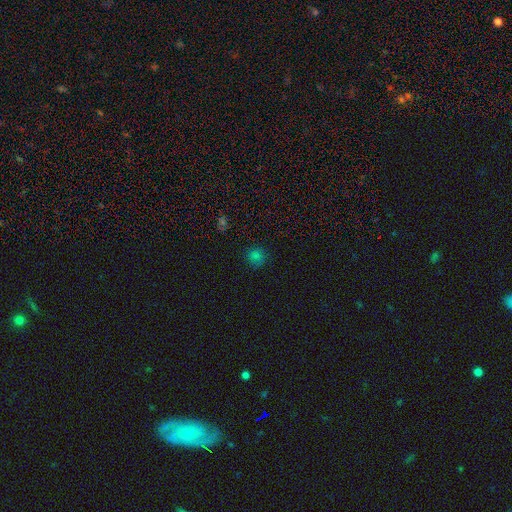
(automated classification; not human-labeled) smooth-or-featured: smooth: 76% | star or artifact: 20% | featured or disk: 4%
  how-rounded: round: 91% | in between: 8% | cigar-shaped: 1%
  merging: none: 88% | minor disturbance: 9% | major disturbance: 2% | merger: 1%